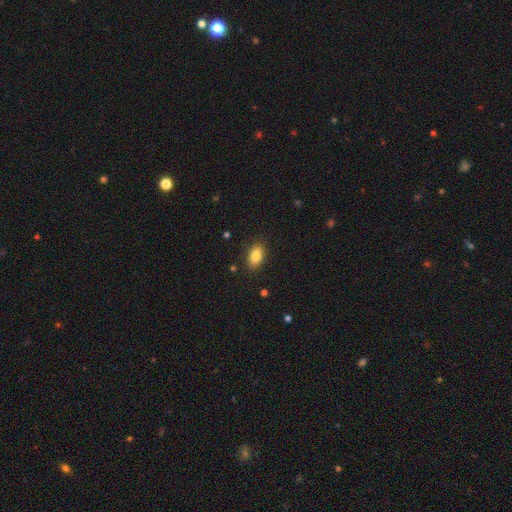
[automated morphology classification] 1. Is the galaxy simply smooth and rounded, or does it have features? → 84% smooth, 8% featured or disk, 8% star or artifact.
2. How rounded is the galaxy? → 89% in between, 7% round, 4% cigar-shaped.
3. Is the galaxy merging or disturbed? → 87% none, 10% minor disturbance, 2% major disturbance, 1% merger.